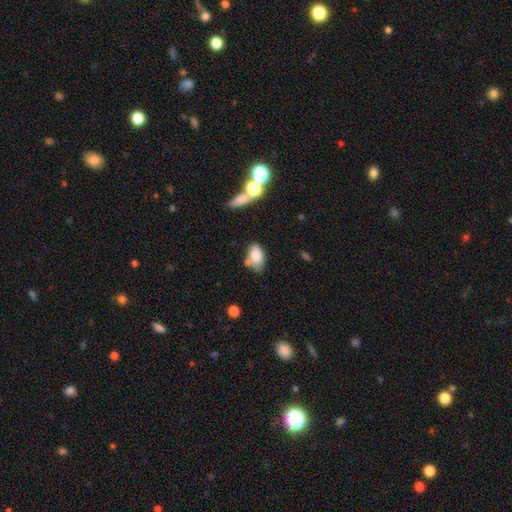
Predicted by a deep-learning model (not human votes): This appears to be a smooth galaxy with no disk features (81%) that is in between round and cigar-shaped (89%). Merging: none (52%).